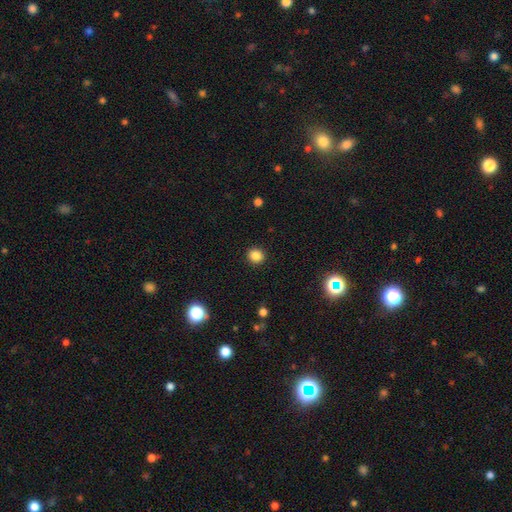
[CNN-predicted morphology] Q: Smooth or featured?
A: smooth (85%); runner-up: star or artifact (11%)
Q: How rounded?
A: round (85%); runner-up: in between (14%)
Q: Merging?
A: none (92%); runner-up: minor disturbance (5%)